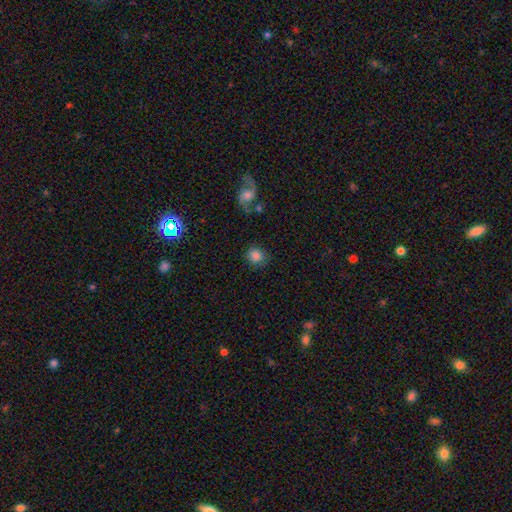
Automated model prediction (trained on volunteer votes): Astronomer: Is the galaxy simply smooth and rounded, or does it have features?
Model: smooth — 82%.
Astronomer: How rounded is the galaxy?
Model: round — 87%.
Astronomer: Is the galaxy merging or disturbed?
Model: none — 81%.